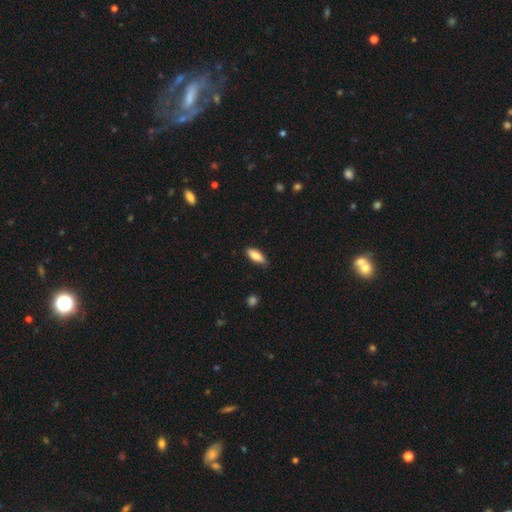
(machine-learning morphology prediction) smooth-or-featured: smooth: 82% | featured or disk: 11% | star or artifact: 6%
  how-rounded: in between: 72% | cigar-shaped: 26% | round: 2%
  merging: none: 78% | minor disturbance: 18% | major disturbance: 3% | merger: 1%